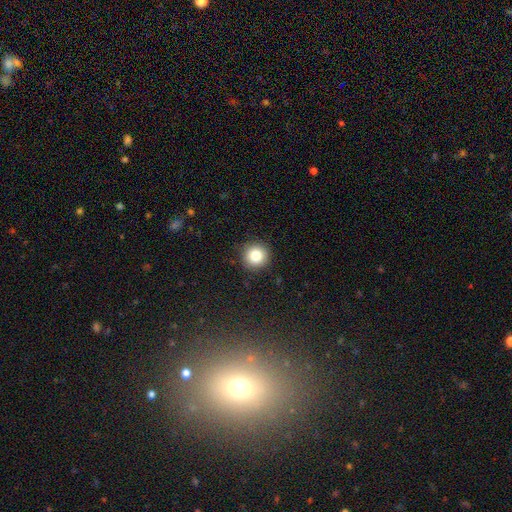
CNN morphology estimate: Smooth or featured? Predicted: smooth (p=0.82). How rounded? Predicted: round (p=0.94). Merging? Predicted: none (p=0.91).